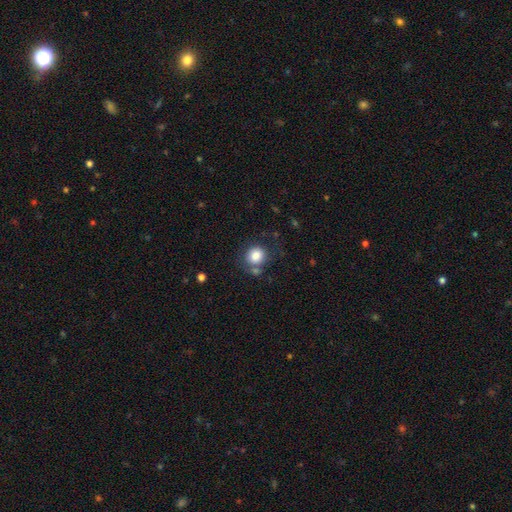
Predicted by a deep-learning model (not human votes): Smooth or featured: smooth — 84% (star or artifact — 9%)
How rounded: round — 80% (in between — 19%)
Merging: none — 69% (minor disturbance — 14%)